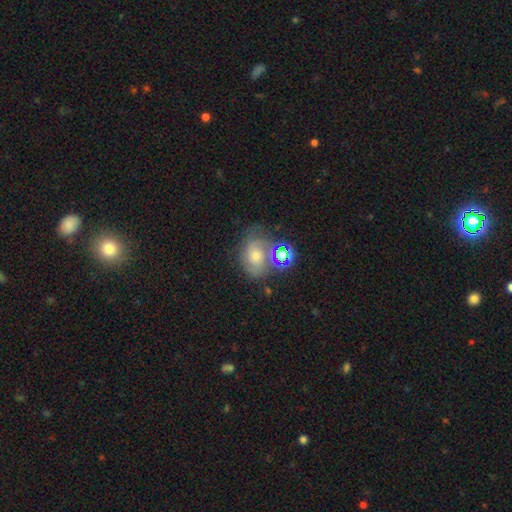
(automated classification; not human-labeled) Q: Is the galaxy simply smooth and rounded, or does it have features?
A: featured or disk — 43%.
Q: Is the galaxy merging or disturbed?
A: none — 52%.